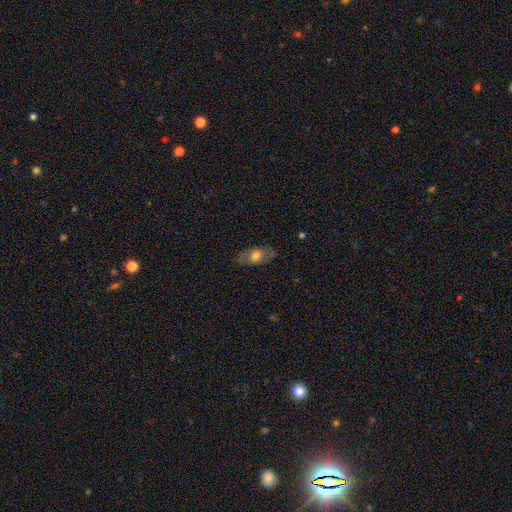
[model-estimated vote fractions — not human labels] This is possibly a smooth galaxy (58%). How rounded: clearly in between (87%). Merging: likely none (79%).